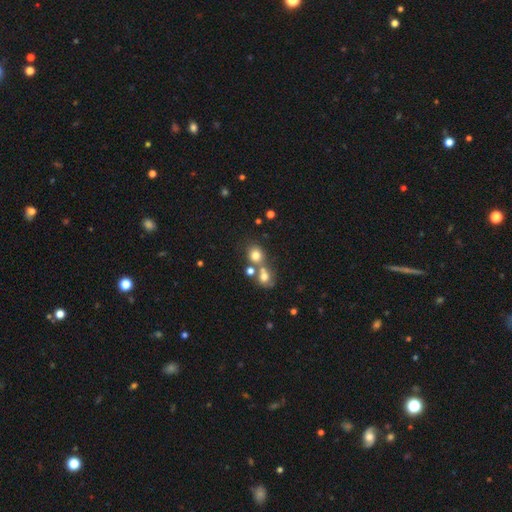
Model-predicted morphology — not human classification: Smooth or featured? smooth (74%)
How rounded? round (77%)
Merging? none (49%)